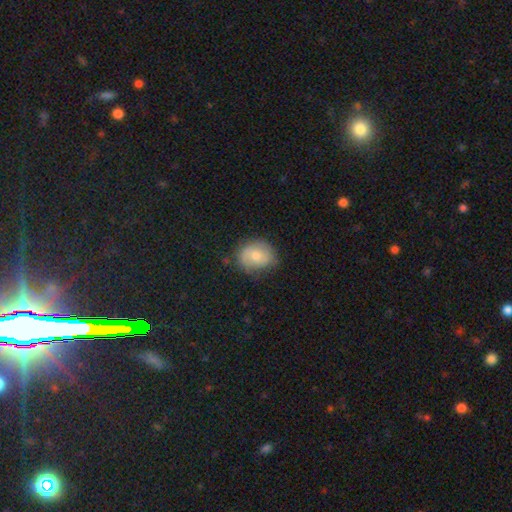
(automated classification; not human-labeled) Morphology: type=smooth (66%); roundness=round (55%); merging=none (70%).